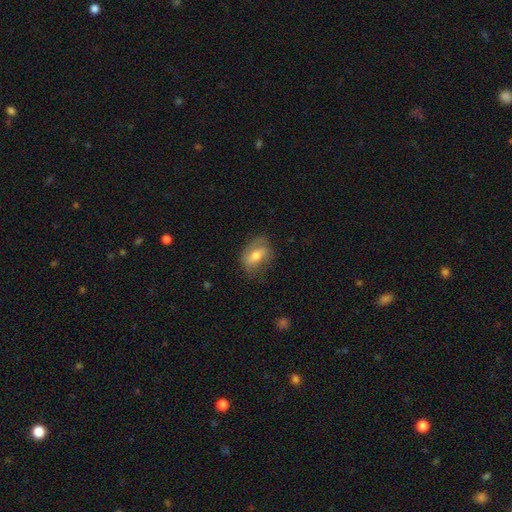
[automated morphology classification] This appears to be a smooth galaxy with no disk features (53%) that is in between round and cigar-shaped (77%). Merging: none (65%).